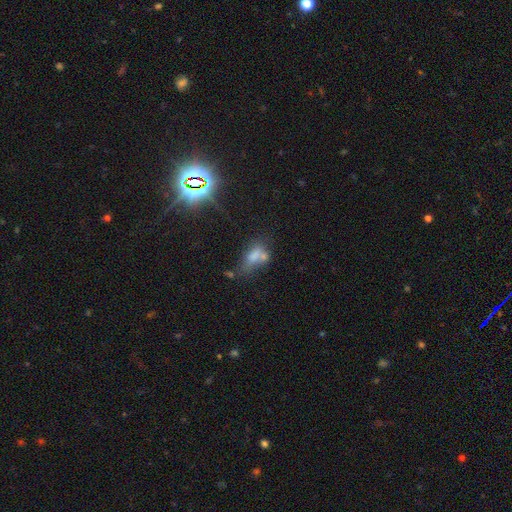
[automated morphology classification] smooth_or_featured: smooth (p=0.63) [alt: featured or disk p=0.22]
how_rounded: in between (p=0.82) [alt: round p=0.11]
merging: merger (p=0.37) [alt: none p=0.25]